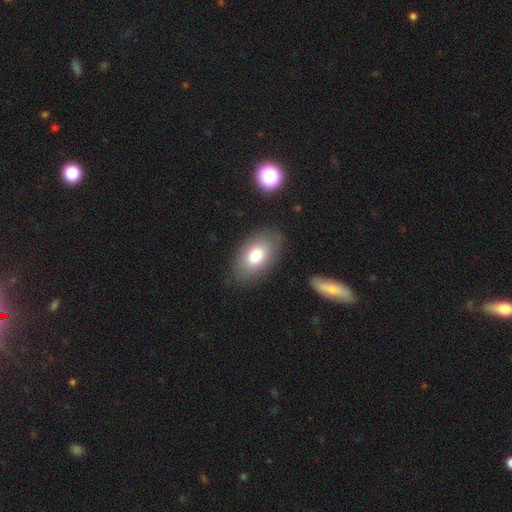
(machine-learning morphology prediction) smooth 80%, featured or disk 12%, star or artifact 8%. Down the decision tree: how rounded — in between (92%); merging — none (83%).